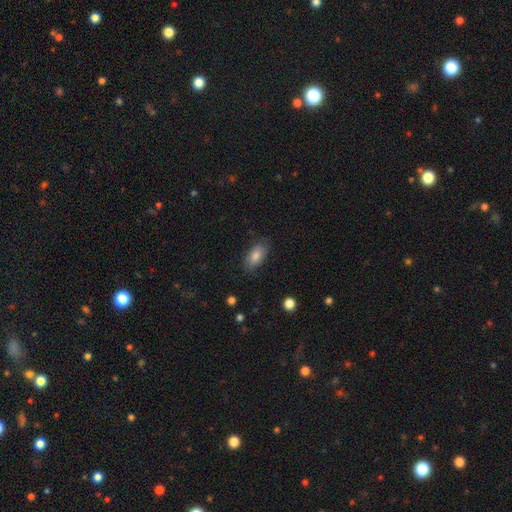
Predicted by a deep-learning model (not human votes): Q: Smooth or featured?
A: smooth (82%); runner-up: featured or disk (10%)
Q: How rounded?
A: in between (91%); runner-up: cigar-shaped (5%)
Q: Merging?
A: none (82%); runner-up: minor disturbance (13%)